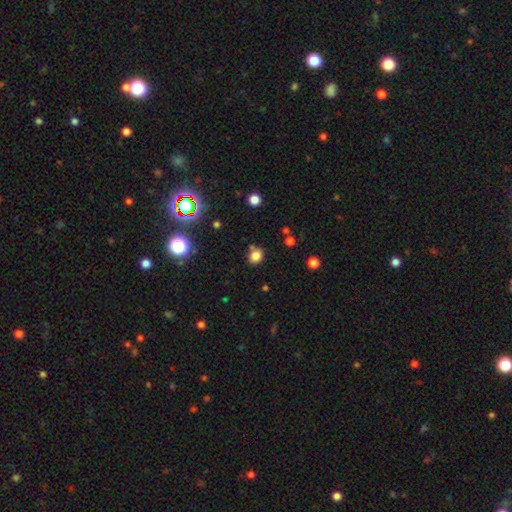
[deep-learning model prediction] smooth_or_featured: smooth (p=0.80) [alt: star or artifact p=0.15]
how_rounded: round (p=0.67) [alt: in between p=0.32]
merging: none (p=0.74) [alt: minor disturbance p=0.13]